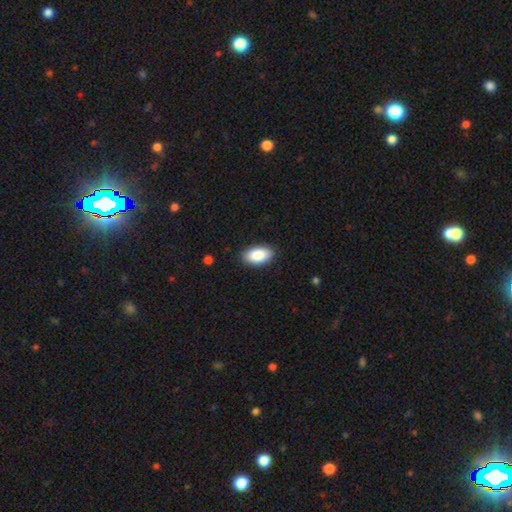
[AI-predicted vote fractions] The model was most divided on "merging": none: 88%, minor disturbance: 9%, major disturbance: 2%, merger: 1%. More confident: how rounded — in between (95%); smooth or featured — smooth (89%).